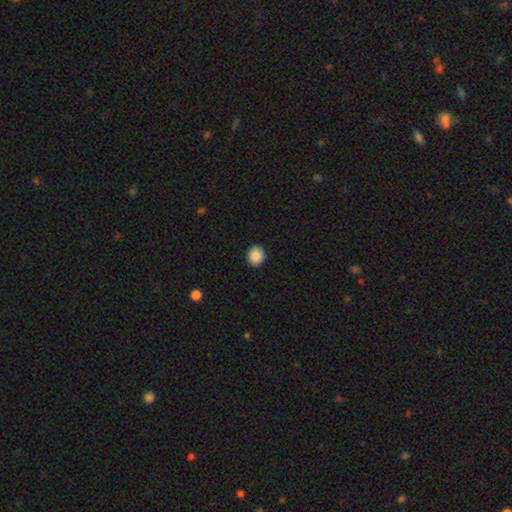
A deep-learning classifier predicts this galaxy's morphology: smooth_or_featured: smooth (p=0.89) [alt: star or artifact p=0.08]
how_rounded: round (p=0.67) [alt: in between p=0.32]
merging: none (p=0.91) [alt: minor disturbance p=0.06]